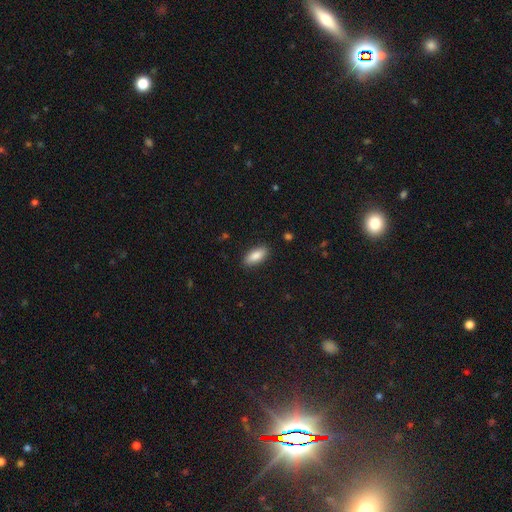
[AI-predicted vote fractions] This is clearly a smooth galaxy (87%). How rounded: clearly in between (84%). Merging: clearly none (88%).